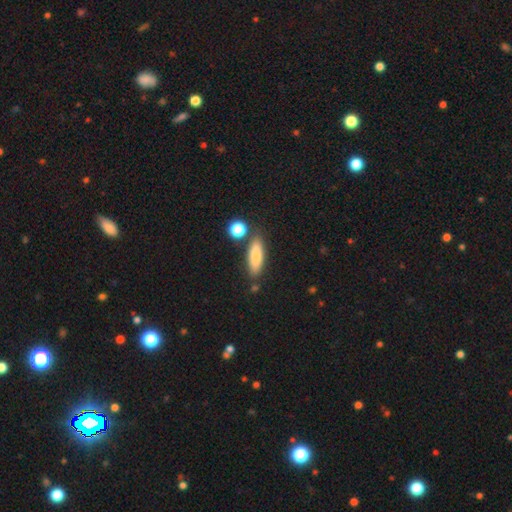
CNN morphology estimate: type=smooth (81%); roundness=in between (49%); merging=none (77%).